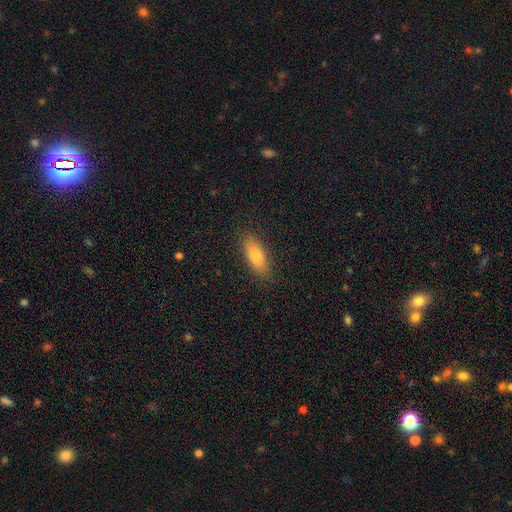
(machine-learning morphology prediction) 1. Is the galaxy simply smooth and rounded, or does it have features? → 83% smooth, 11% featured or disk, 7% star or artifact.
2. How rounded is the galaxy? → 70% in between, 27% cigar-shaped, 2% round.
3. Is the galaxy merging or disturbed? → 85% none, 11% minor disturbance, 3% major disturbance, 1% merger.